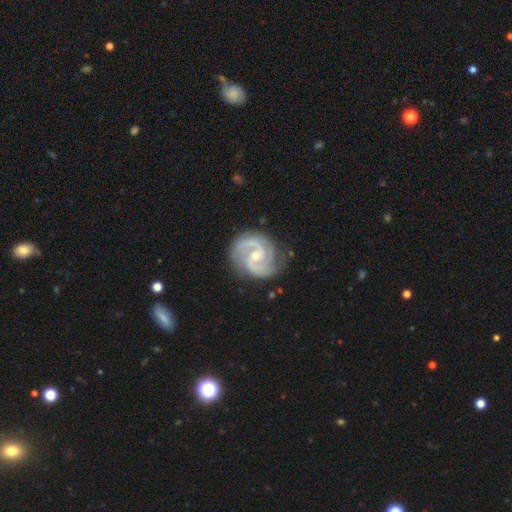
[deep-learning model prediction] Q: Smooth or featured?
A: featured or disk (92%); runner-up: star or artifact (4%)
Q: Edge-on disk?
A: no (98%); runner-up: yes (2%)
Q: Bar?
A: no (49%); runner-up: weak (40%)
Q: Spiral arms?
A: yes (98%); runner-up: no (2%)
Q: Spiral winding?
A: medium (54%); runner-up: tight (37%)
Q: Spiral arm count?
A: 2 (78%); runner-up: 3 (13%)
Q: Bulge size?
A: small (57%); runner-up: moderate (41%)
Q: Merging?
A: none (79%); runner-up: minor disturbance (15%)